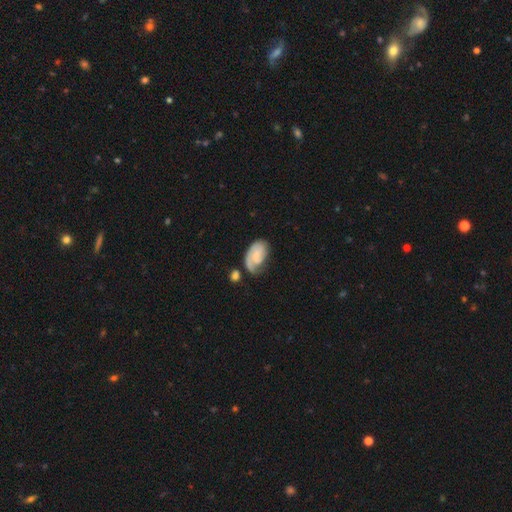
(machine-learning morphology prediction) This appears to be a featured or disk galaxy (57%) with no bar (63%), spiral arms (87%) and a small central bulge (50%). Merging: none (43%).